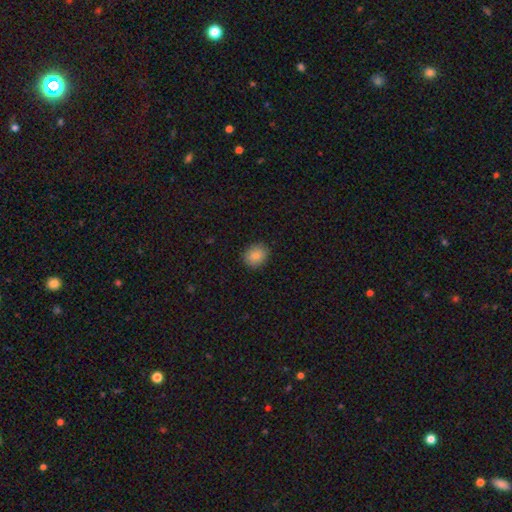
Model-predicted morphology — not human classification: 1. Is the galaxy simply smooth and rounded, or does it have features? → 85% smooth, 9% star or artifact, 6% featured or disk.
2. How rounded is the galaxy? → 63% round, 36% in between, 1% cigar-shaped.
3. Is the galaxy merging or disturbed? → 88% none, 9% minor disturbance, 2% major disturbance, 1% merger.